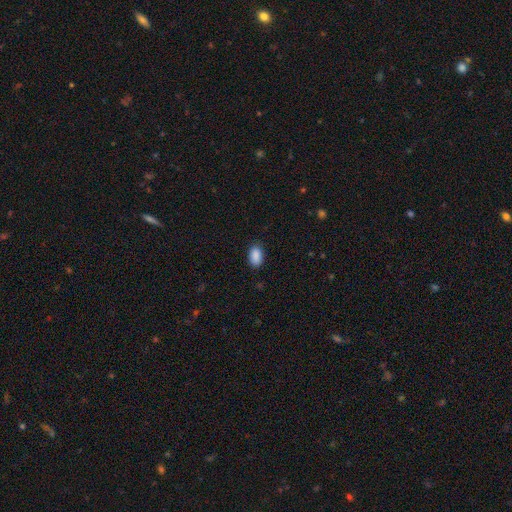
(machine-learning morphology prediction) smooth 90%, star or artifact 7%, featured or disk 3%. Down the decision tree: how rounded — in between (92%); merging — none (86%).